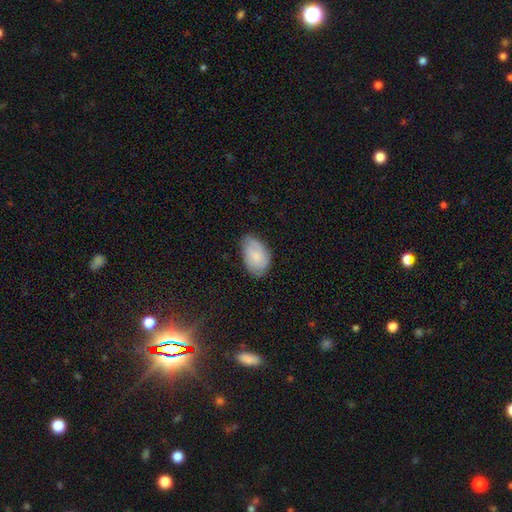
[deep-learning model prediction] A smooth galaxy with no disk features (67%) that is in between round and cigar-shaped (91%). Merging: none (67%).